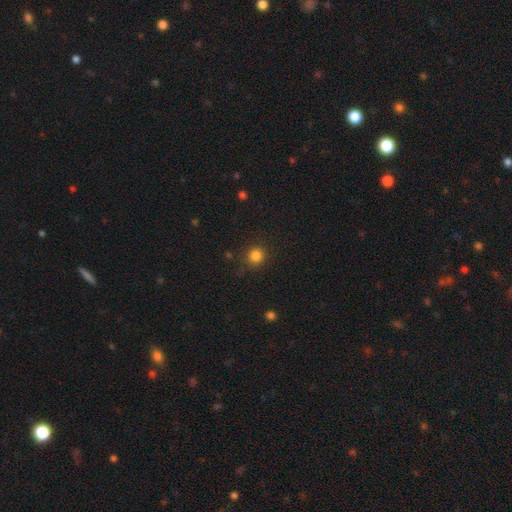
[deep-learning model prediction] smooth_or_featured: smooth (p=0.83) [alt: star or artifact p=0.13]
how_rounded: round (p=0.89) [alt: in between p=0.10]
merging: none (p=0.84) [alt: minor disturbance p=0.11]